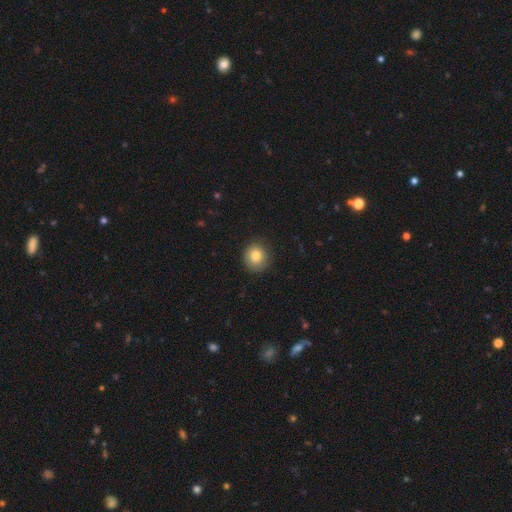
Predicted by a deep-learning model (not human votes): Smooth or featured?
  - smooth: 81% *
  - star or artifact: 10%
  - featured or disk: 9%
How rounded?
  - round: 86% *
  - in between: 13%
  - cigar-shaped: 1%
Merging?
  - none: 86% *
  - minor disturbance: 11%
  - major disturbance: 3%
  - merger: 1%